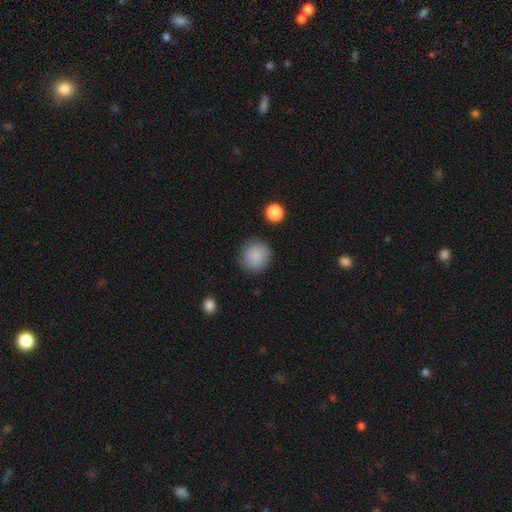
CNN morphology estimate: This is clearly a smooth galaxy (87%). How rounded: clearly round (93%). Merging: clearly none (88%).